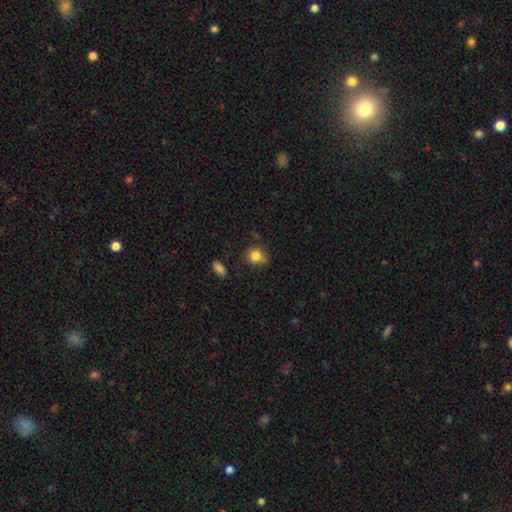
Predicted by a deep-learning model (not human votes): smooth-or-featured: smooth: 83% | star or artifact: 10% | featured or disk: 7%
  how-rounded: round: 73% | in between: 26% | cigar-shaped: 1%
  merging: none: 66% | minor disturbance: 25% | major disturbance: 5% | merger: 3%